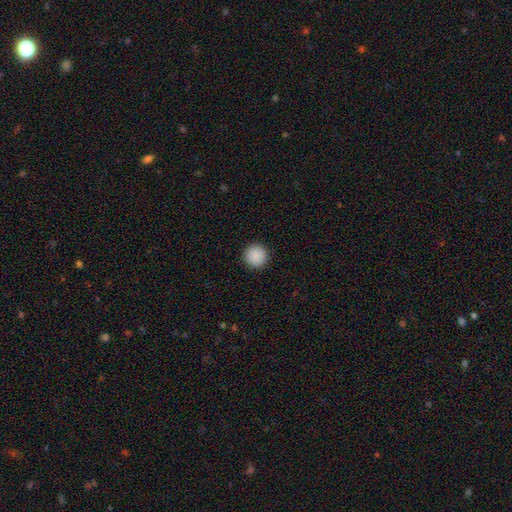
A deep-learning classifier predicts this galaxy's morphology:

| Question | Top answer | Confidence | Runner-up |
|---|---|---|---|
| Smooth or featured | smooth | 90% | star or artifact (8%) |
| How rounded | round | 96% | in between (3%) |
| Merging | none | 93% | minor disturbance (4%) |